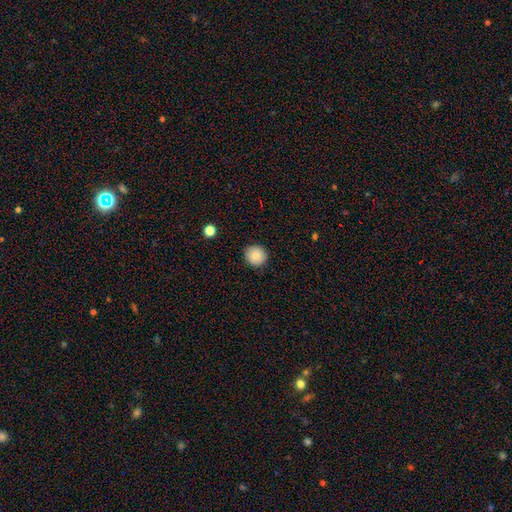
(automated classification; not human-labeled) A smooth galaxy with no disk features (85%) that is round (94%).

Vote fractions:
- Smooth or featured? smooth: 85% / star or artifact: 8% / featured or disk: 7%
- How rounded? round: 94% / in between: 5% / cigar-shaped: 1%
- Merging? none: 89% / minor disturbance: 8% / major disturbance: 2% / merger: 1%